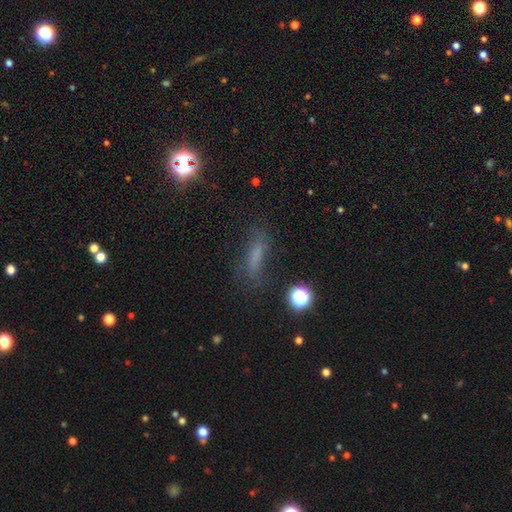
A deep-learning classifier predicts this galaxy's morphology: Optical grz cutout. It shows a smooth galaxy with no disk features (52%) that is cigar-shaped (54%). Merging: none (63%).